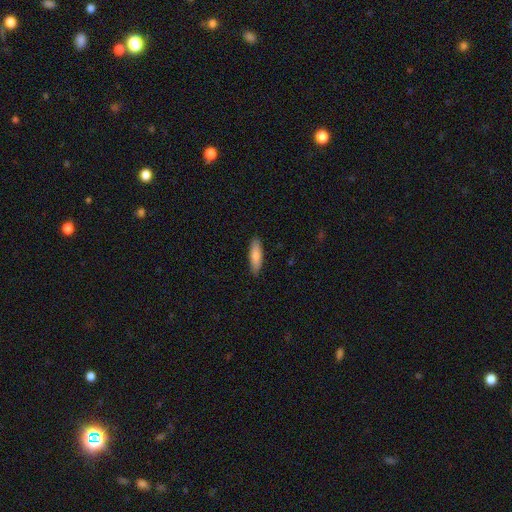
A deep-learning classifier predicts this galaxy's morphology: Smooth or featured?
  - smooth: 81% *
  - featured or disk: 14%
  - star or artifact: 5%
How rounded?
  - cigar-shaped: 58% *
  - in between: 41%
  - round: 2%
Merging?
  - none: 89% *
  - minor disturbance: 9%
  - major disturbance: 2%
  - merger: 1%